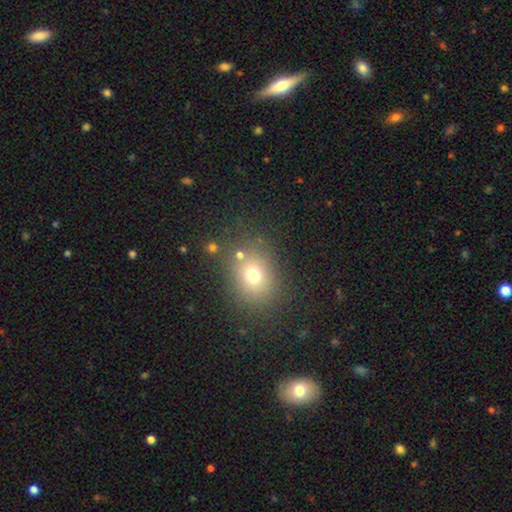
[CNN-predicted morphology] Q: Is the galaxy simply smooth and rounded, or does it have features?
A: smooth — 61%.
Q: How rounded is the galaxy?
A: round — 60%.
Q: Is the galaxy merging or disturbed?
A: none — 78%.